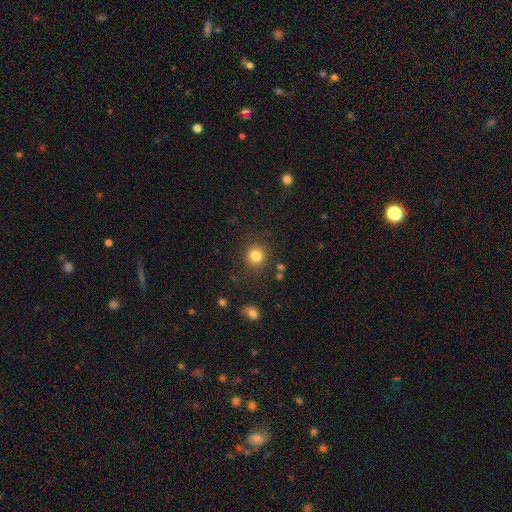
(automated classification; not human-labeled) Morphology: type=smooth (83%); roundness=round (90%); merging=none (86%).